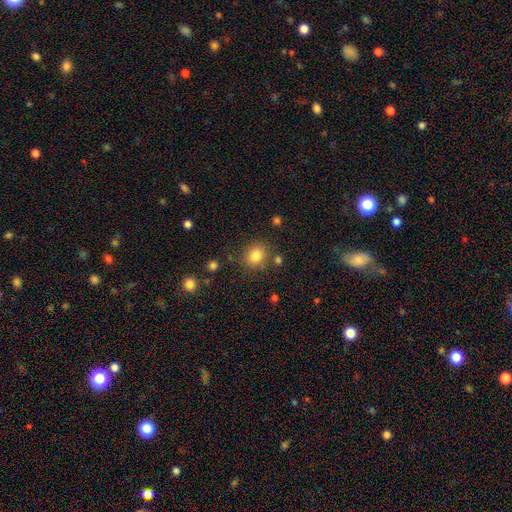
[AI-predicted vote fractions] Smooth or featured: smooth — 82% (star or artifact — 11%)
How rounded: round — 78% (in between — 21%)
Merging: none — 80% (minor disturbance — 11%)